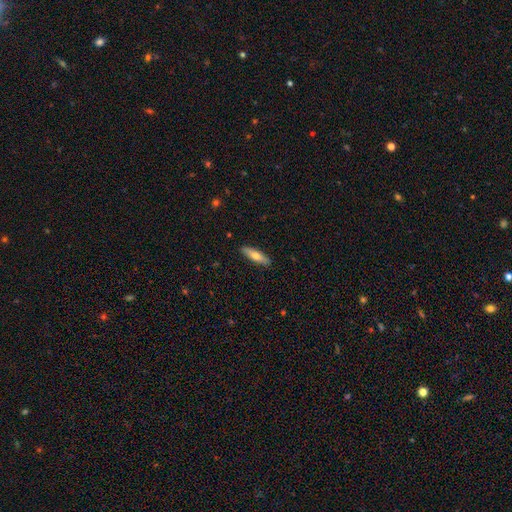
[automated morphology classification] Smooth or featured: smooth — 63% (featured or disk — 31%)
How rounded: cigar-shaped — 63% (in between — 35%)
Merging: none — 89% (minor disturbance — 8%)